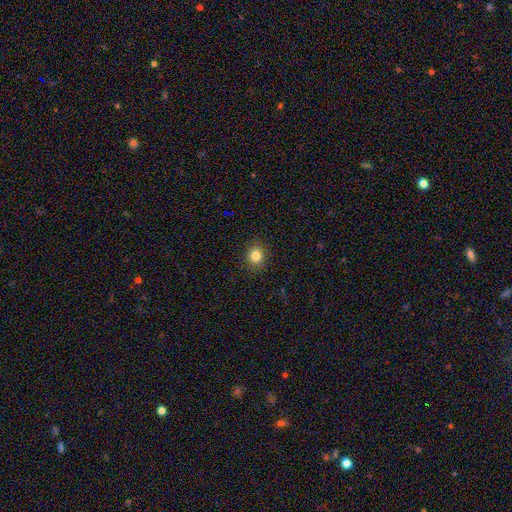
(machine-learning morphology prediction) Smooth or featured?
  - smooth: 82% *
  - star or artifact: 12%
  - featured or disk: 6%
How rounded?
  - round: 78% *
  - in between: 21%
  - cigar-shaped: 1%
Merging?
  - none: 90% *
  - minor disturbance: 7%
  - major disturbance: 2%
  - merger: 1%